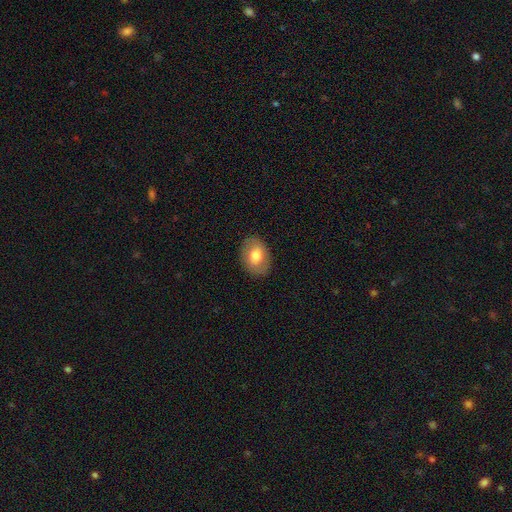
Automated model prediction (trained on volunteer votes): This appears to be a smooth galaxy with no disk features (70%) that is in between round and cigar-shaped (75%). Merging: none (86%).